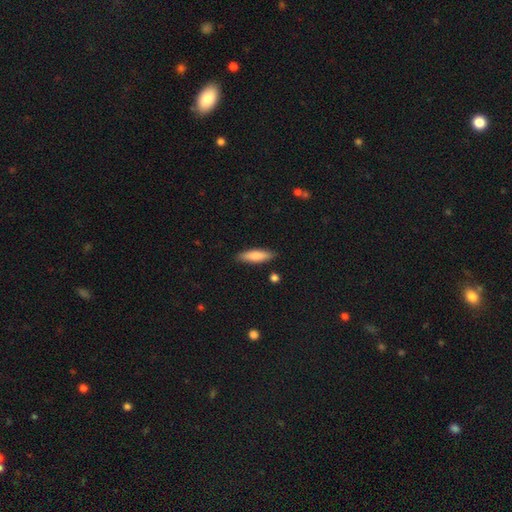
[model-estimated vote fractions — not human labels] smooth-or-featured: smooth: 80% | featured or disk: 14% | star or artifact: 6%
  how-rounded: cigar-shaped: 61% | in between: 37% | round: 2%
  merging: none: 87% | minor disturbance: 10% | major disturbance: 2% | merger: 2%